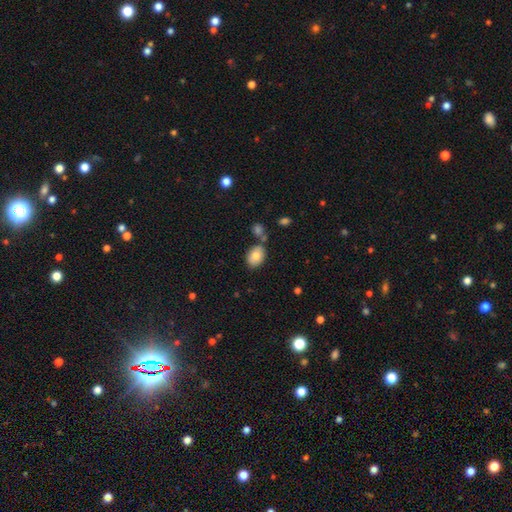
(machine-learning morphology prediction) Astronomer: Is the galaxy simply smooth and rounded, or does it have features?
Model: smooth — 80%.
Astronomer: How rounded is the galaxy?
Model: in between — 79%.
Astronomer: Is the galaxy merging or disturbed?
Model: none — 70%.